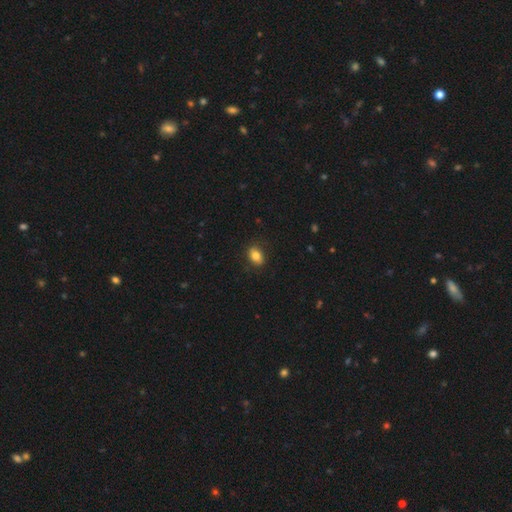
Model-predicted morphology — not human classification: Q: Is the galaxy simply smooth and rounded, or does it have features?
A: smooth — 82%.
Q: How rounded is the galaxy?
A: in between — 78%.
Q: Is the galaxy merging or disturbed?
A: none — 84%.